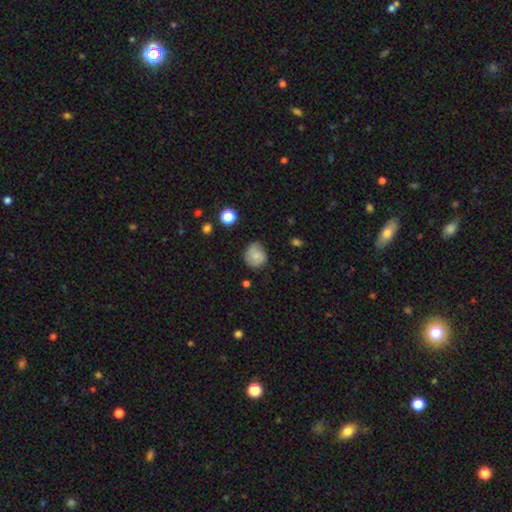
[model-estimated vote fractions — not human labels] The model was most divided on "merging": none: 69%, minor disturbance: 24%, major disturbance: 6%, merger: 2%. More confident: how rounded — round (81%); smooth or featured — smooth (69%).